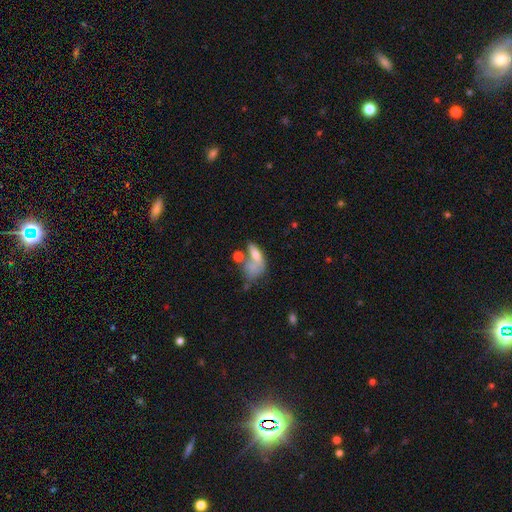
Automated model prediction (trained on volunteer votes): A smooth galaxy with no disk features (64%) that is in between round and cigar-shaped (72%). Merging: merger (38%).